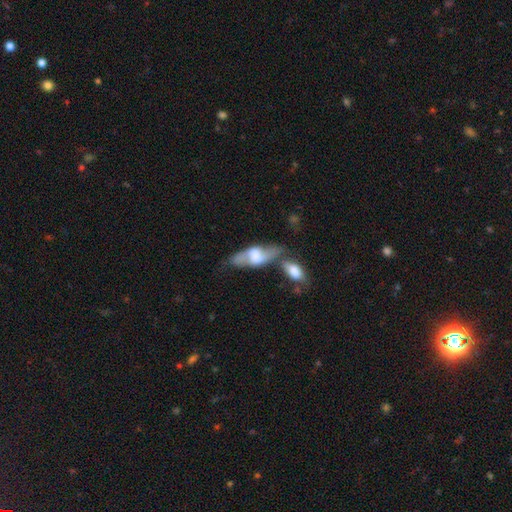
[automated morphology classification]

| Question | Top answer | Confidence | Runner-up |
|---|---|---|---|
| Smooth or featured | featured or disk | 55% | smooth (39%) |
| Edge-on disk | no | 63% | yes (37%) |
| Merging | none | 43% | merger (31%) |